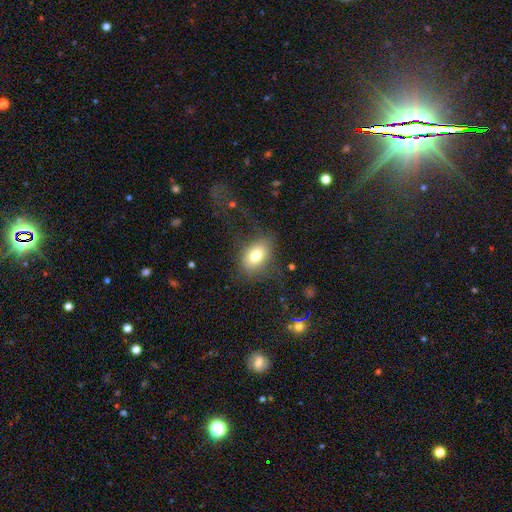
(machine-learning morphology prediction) Smooth or featured?
  - smooth: 75% *
  - featured or disk: 15%
  - star or artifact: 10%
How rounded?
  - in between: 80% *
  - round: 18%
  - cigar-shaped: 2%
Merging?
  - none: 67% *
  - minor disturbance: 18%
  - major disturbance: 14%
  - merger: 2%